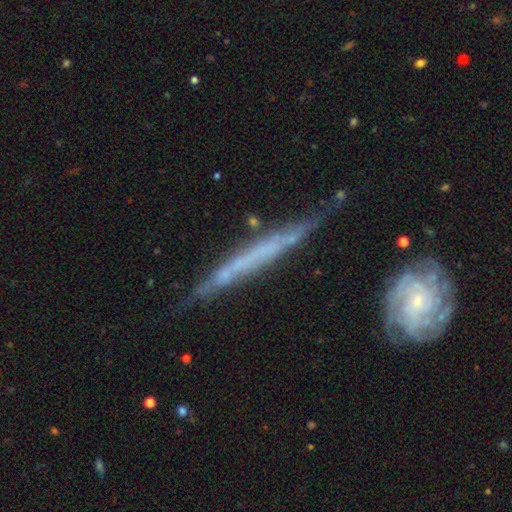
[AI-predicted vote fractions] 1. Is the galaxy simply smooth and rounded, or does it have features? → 67% featured or disk, 25% smooth, 8% star or artifact.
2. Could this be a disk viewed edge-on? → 82% yes, 18% no.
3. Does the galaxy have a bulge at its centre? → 87% none, 7% rounded, 6% boxy.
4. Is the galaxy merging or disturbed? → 64% none, 24% minor disturbance, 7% major disturbance, 5% merger.